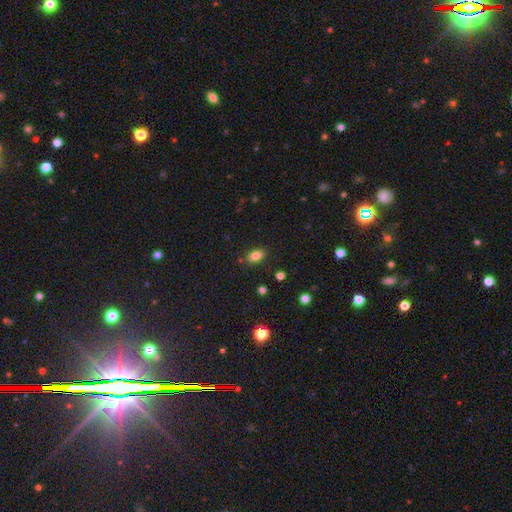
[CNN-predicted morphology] smooth 81%, star or artifact 11%, featured or disk 8%. Down the decision tree: how rounded — in between (85%); merging — none (84%).